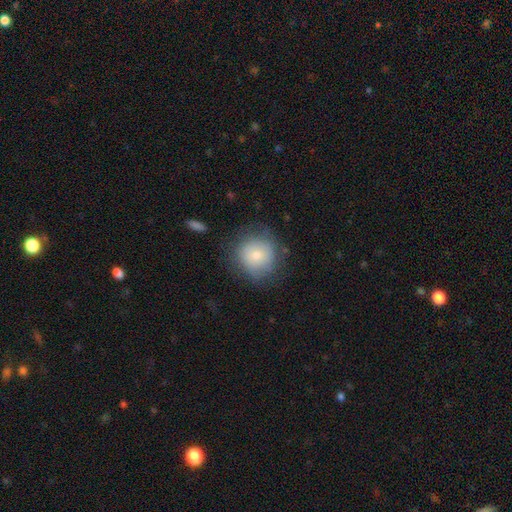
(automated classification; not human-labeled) Morphology: type=smooth (72%); roundness=round (90%); merging=none (74%).